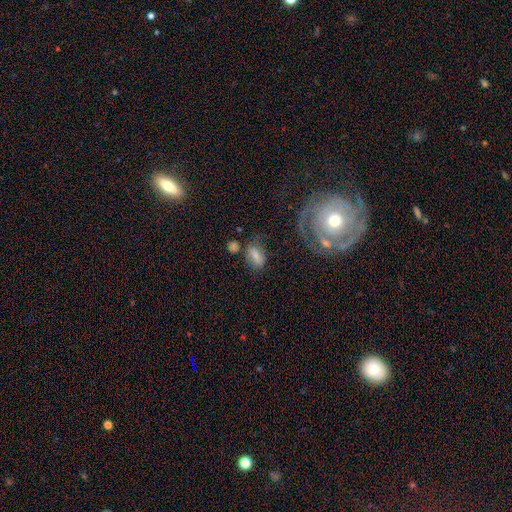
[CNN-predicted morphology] Q: Smooth or featured?
A: smooth (64%); runner-up: featured or disk (26%)
Q: How rounded?
A: in between (83%); runner-up: round (14%)
Q: Merging?
A: none (54%); runner-up: minor disturbance (22%)